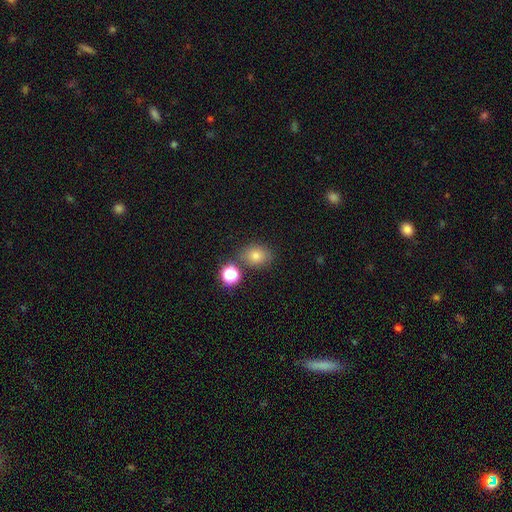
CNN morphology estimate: Smooth or featured: smooth — 73% (star or artifact — 18%)
How rounded: round — 56% (in between — 43%)
Merging: none — 75% (minor disturbance — 11%)